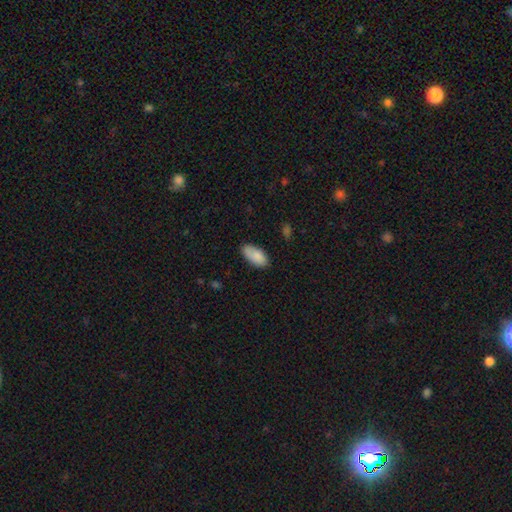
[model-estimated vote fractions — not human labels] smooth_or_featured: smooth (p=0.86) [alt: featured or disk p=0.07]
how_rounded: in between (p=0.92) [alt: cigar-shaped p=0.06]
merging: none (p=0.74) [alt: minor disturbance p=0.20]